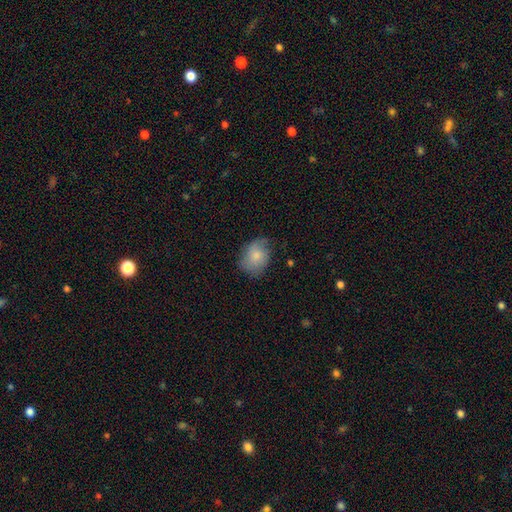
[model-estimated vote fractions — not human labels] Smooth or featured? smooth (76%)
How rounded? in between (61%)
Merging? none (58%)